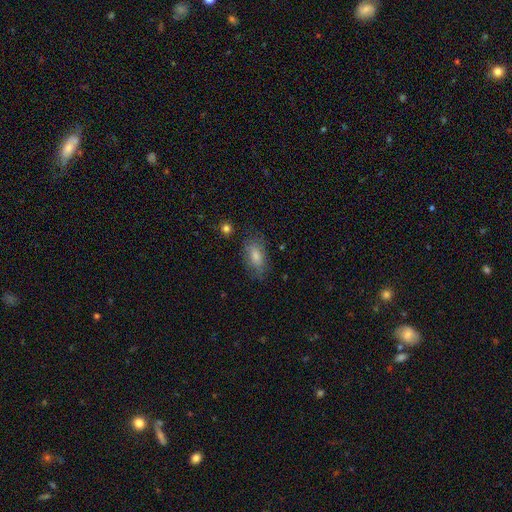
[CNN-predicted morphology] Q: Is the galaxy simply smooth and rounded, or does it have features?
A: smooth — 75%.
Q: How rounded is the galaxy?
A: in between — 89%.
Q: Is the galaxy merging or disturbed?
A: none — 69%.